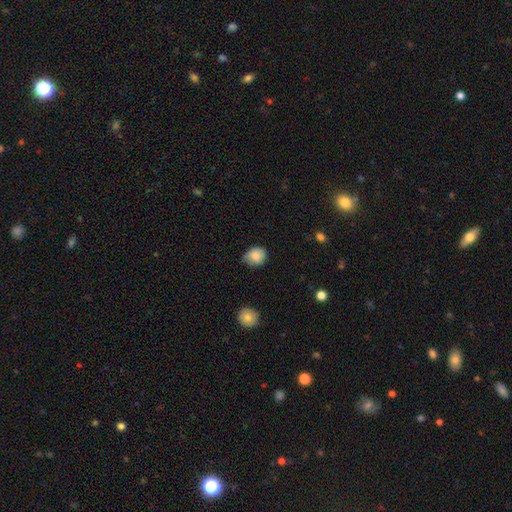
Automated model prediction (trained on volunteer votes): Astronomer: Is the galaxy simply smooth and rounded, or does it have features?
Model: smooth — 81%.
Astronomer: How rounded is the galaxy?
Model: round — 58% (runner-up: in between, 41%).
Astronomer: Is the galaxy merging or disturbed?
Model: none — 61%.